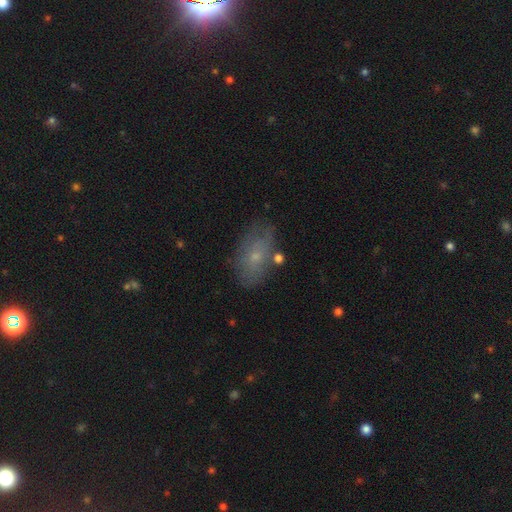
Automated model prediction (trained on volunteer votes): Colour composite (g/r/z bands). It shows a smooth galaxy with no disk features (57%) that is in between round and cigar-shaped (88%). Merging: none (68%).